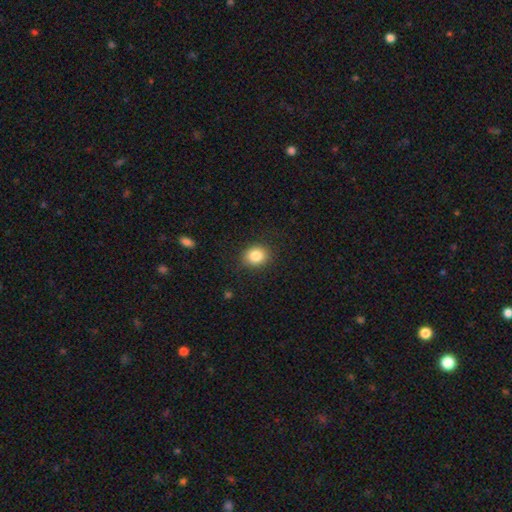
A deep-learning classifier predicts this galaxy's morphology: Smooth or featured? smooth (84%)
How rounded? round (62%)
Merging? none (86%)